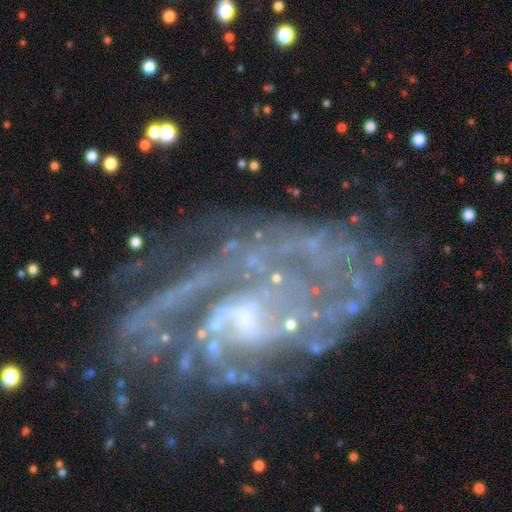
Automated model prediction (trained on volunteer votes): Morphology: type=featured or disk (83%); edge-on=no (97%); bar=no (52%); spiral arms=yes (82%); winding=medium (38%); arm count=can't tell (31%); bulge=none (35%); merging=none (44%).